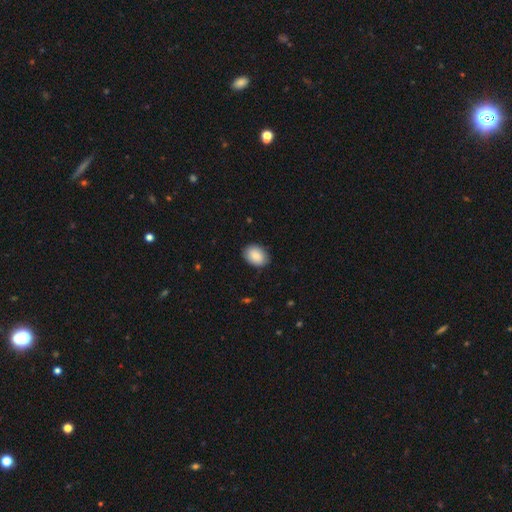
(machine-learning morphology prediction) The model was most divided on "how rounded": in between: 76%, round: 23%, cigar-shaped: 1%. More confident: smooth or featured — smooth (87%); merging — none (86%).